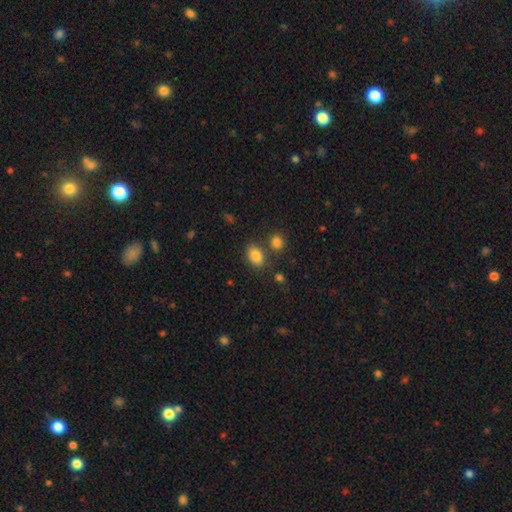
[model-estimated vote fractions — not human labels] Smooth or featured? Predicted: smooth (p=0.85). How rounded? Predicted: in between (p=0.81). Merging? Predicted: none (p=0.70).